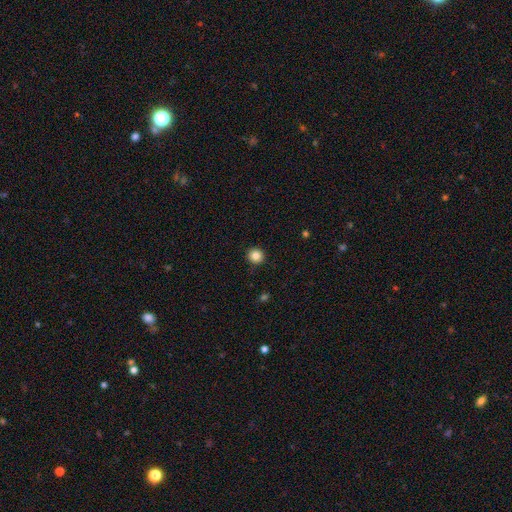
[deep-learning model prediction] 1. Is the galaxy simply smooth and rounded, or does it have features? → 84% smooth, 11% star or artifact, 5% featured or disk.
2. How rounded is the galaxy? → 93% round, 7% in between, 1% cigar-shaped.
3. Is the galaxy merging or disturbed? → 92% none, 6% minor disturbance, 2% major disturbance, 1% merger.